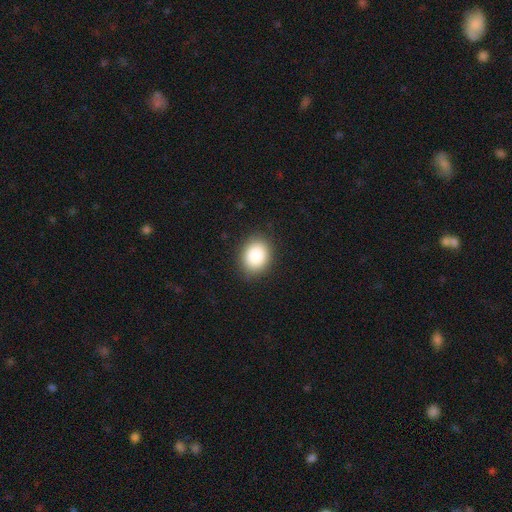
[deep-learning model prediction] The model was most divided on "how rounded": round: 51%, in between: 48%, cigar-shaped: 1%. More confident: merging — none (88%); smooth or featured — smooth (88%).